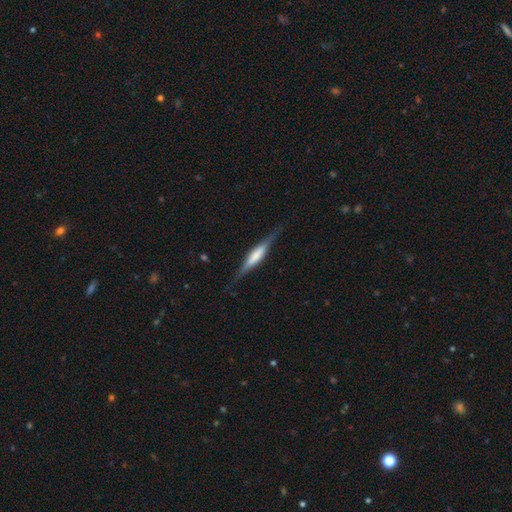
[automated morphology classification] featured or disk 65%, smooth 29%, star or artifact 6%. Down the decision tree: edge-on disk — yes (96%); edge-on bulge — boxy (52%); merging — none (81%).